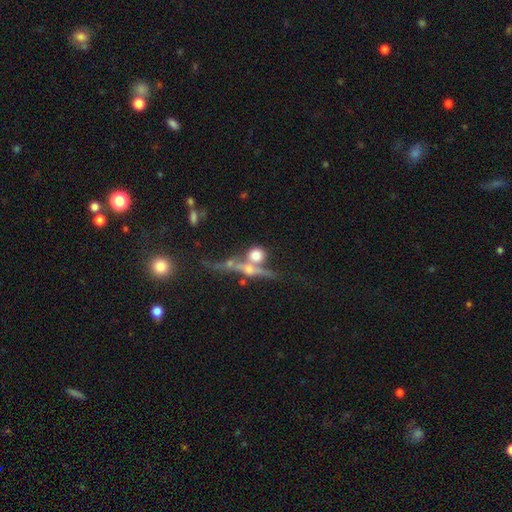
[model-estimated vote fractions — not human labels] This appears to be a smooth galaxy with no disk features (48%). Merging: none (43%).